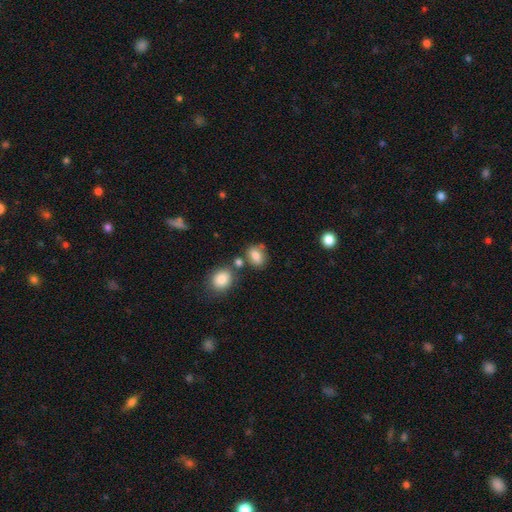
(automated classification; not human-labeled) Smooth or featured?
  - smooth: 80% *
  - star or artifact: 10%
  - featured or disk: 10%
How rounded?
  - in between: 72% *
  - round: 26%
  - cigar-shaped: 2%
Merging?
  - none: 67% *
  - minor disturbance: 14%
  - merger: 14%
  - major disturbance: 4%